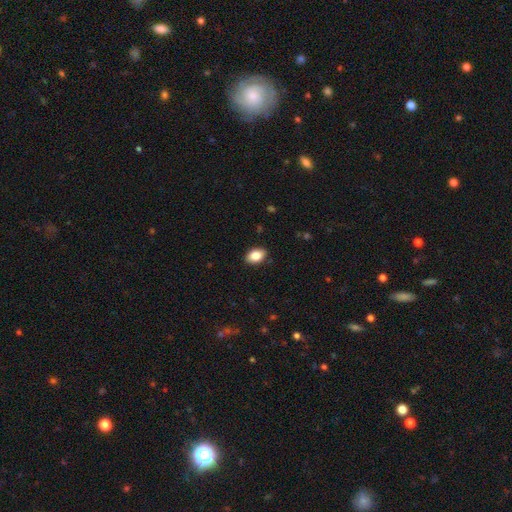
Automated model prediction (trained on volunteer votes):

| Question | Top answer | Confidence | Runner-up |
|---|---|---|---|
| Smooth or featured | smooth | 87% | star or artifact (7%) |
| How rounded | in between | 87% | round (11%) |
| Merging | none | 89% | minor disturbance (8%) |